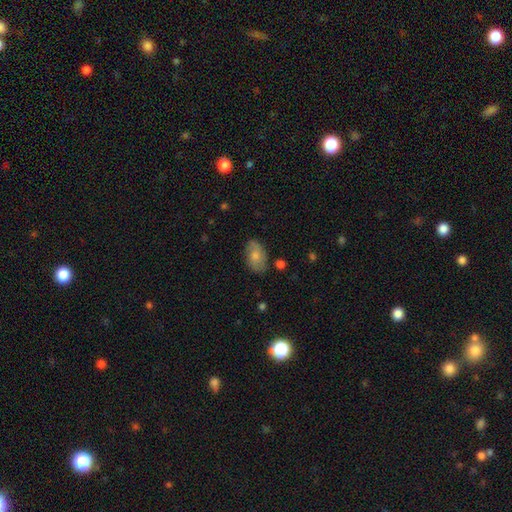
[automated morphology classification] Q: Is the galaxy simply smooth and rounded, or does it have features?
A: smooth — 65%.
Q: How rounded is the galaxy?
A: in between — 89%.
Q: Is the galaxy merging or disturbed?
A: none — 75%.